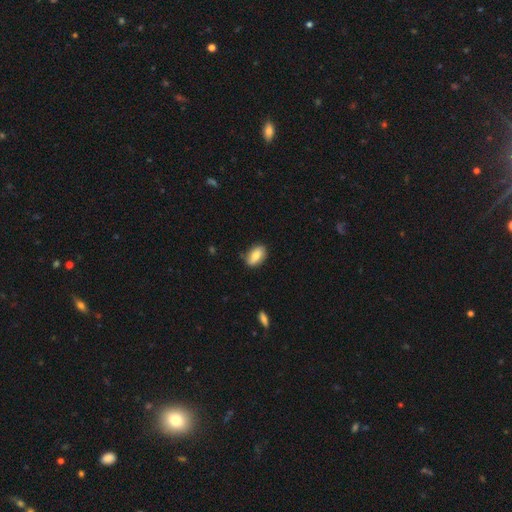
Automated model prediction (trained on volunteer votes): Morphology: type=smooth (77%); roundness=in between (90%); merging=none (77%).